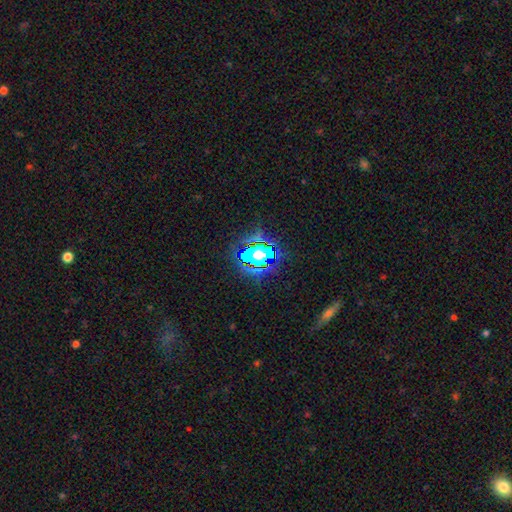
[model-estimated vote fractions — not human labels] star or artifact 54%, smooth 30%, featured or disk 16%.